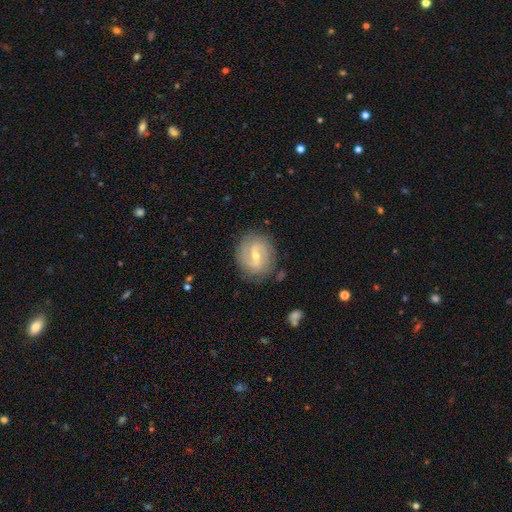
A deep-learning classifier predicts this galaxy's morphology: This is clearly a featured or disk galaxy (82%). It is clearly not viewed edge-on (97%). Bar: possibly weak (52%). Spiral arm pattern: clearly yes (93%). Spiral arm count: likely 2 (77%). Spiral winding: marginally medium (43%). Central bulge: possibly small (58%). Merging: clearly none (82%).